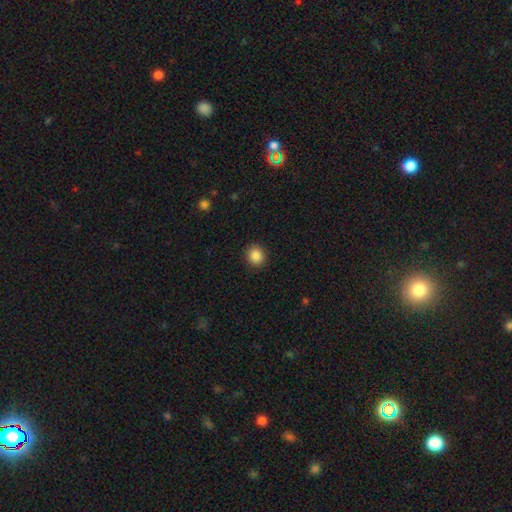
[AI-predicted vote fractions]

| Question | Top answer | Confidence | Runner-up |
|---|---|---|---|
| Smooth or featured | smooth | 87% | star or artifact (10%) |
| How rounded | round | 84% | in between (15%) |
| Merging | none | 92% | minor disturbance (5%) |